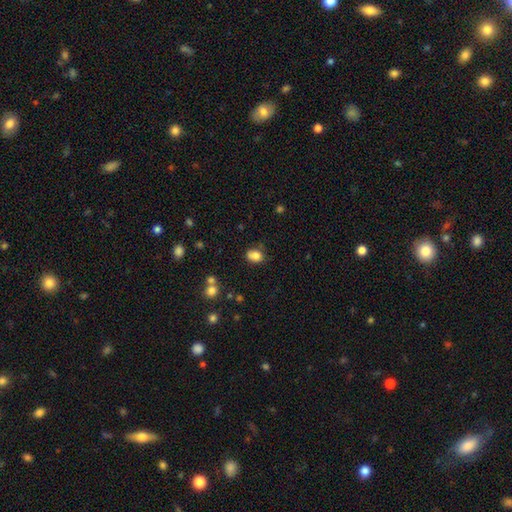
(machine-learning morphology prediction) Smooth or featured: smooth — 81% (star or artifact — 11%)
How rounded: in between — 63% (round — 35%)
Merging: none — 61% (minor disturbance — 24%)